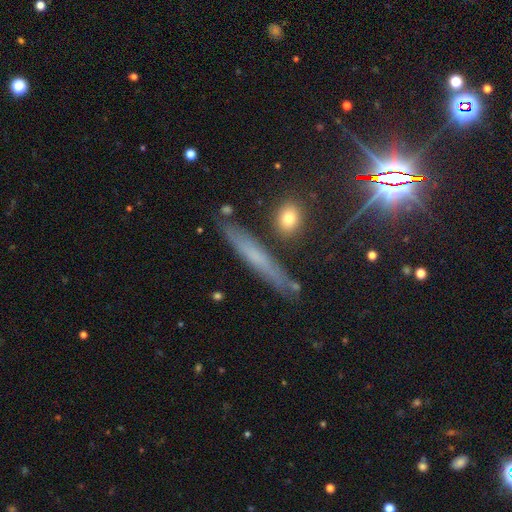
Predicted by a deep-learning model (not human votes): smooth_or_featured: featured or disk (p=0.42) [alt: smooth p=0.41]
merging: none (p=0.83) [alt: minor disturbance p=0.12]